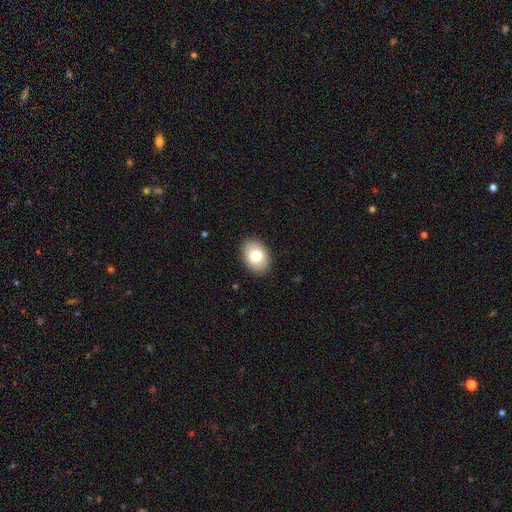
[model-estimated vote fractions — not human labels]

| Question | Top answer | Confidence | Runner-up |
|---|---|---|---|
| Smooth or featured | smooth | 78% | featured or disk (14%) |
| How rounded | in between | 81% | round (18%) |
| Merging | none | 89% | minor disturbance (8%) |